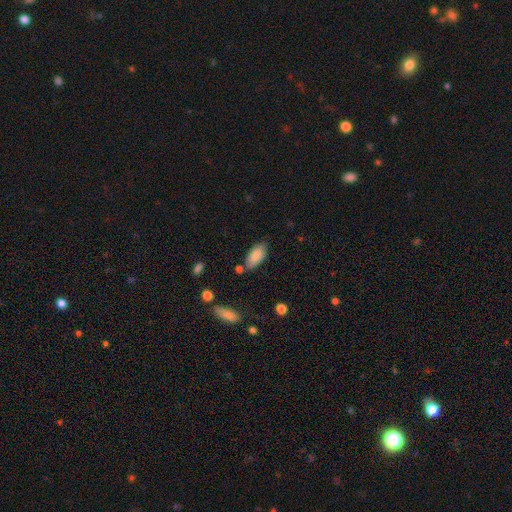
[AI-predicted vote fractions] Smooth or featured: smooth — 85% (featured or disk — 9%)
How rounded: in between — 90% (cigar-shaped — 8%)
Merging: none — 73% (minor disturbance — 18%)